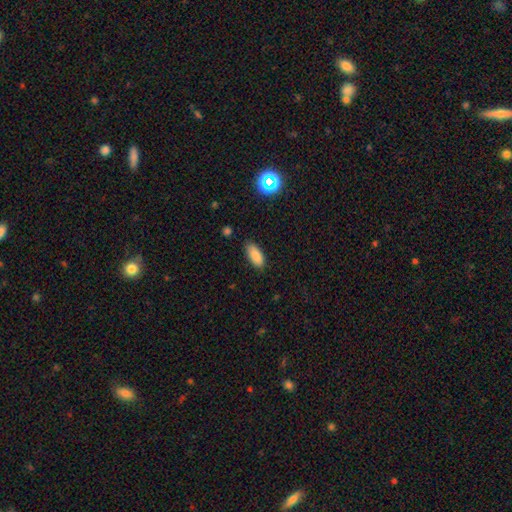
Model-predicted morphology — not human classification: smooth-or-featured: smooth: 85% | star or artifact: 9% | featured or disk: 6%
  how-rounded: in between: 86% | cigar-shaped: 12% | round: 2%
  merging: none: 84% | minor disturbance: 12% | major disturbance: 2% | merger: 1%